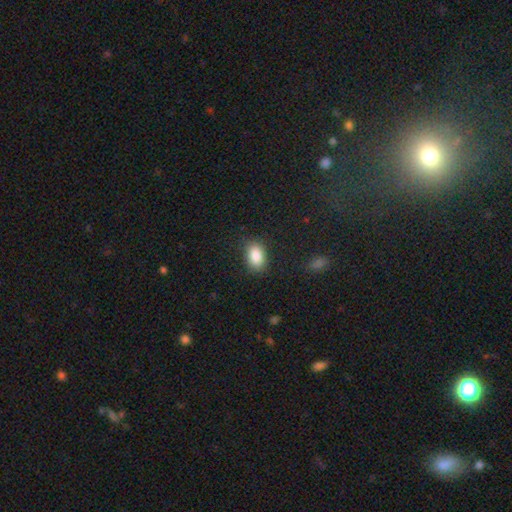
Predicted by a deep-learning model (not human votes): A smooth galaxy with no disk features (88%) that is in between round and cigar-shaped (87%).

Vote fractions:
- Smooth or featured? smooth: 88% / star or artifact: 8% / featured or disk: 5%
- How rounded? in between: 87% / round: 12% / cigar-shaped: 1%
- Merging? none: 84% / minor disturbance: 12% / major disturbance: 3% / merger: 1%